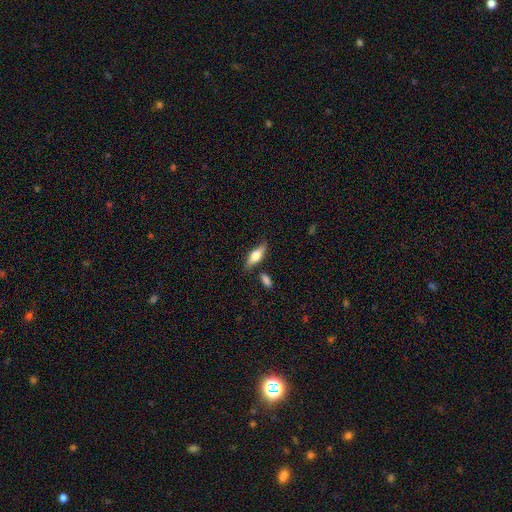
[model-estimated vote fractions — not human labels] This appears to be a smooth galaxy with no disk features (53%) that is in between round and cigar-shaped (61%). Merging: none (75%).